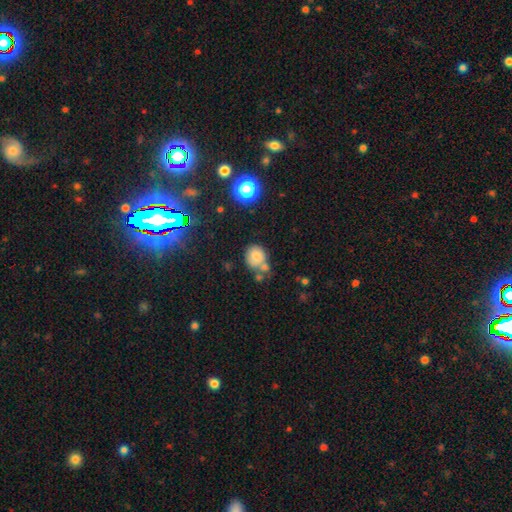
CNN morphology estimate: smooth-or-featured: smooth: 70% | featured or disk: 17% | star or artifact: 13%
  how-rounded: round: 72% | in between: 27% | cigar-shaped: 1%
  merging: none: 45% | merger: 27% | minor disturbance: 20% | major disturbance: 8%